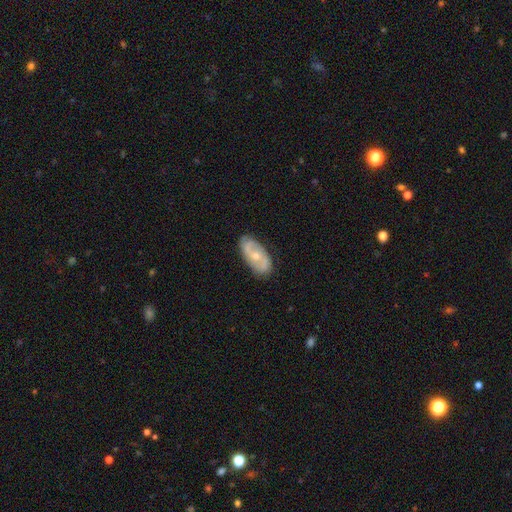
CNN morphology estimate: smooth_or_featured: featured or disk (p=0.66) [alt: smooth p=0.28]
disk_edge_on: no (p=0.92) [alt: yes p=0.08]
bar: no (p=0.62) [alt: weak p=0.30]
has_spiral_arms: yes (p=0.73) [alt: no p=0.27]
bulge_size: moderate (p=0.55) [alt: small p=0.40]
merging: none (p=0.81) [alt: minor disturbance p=0.14]